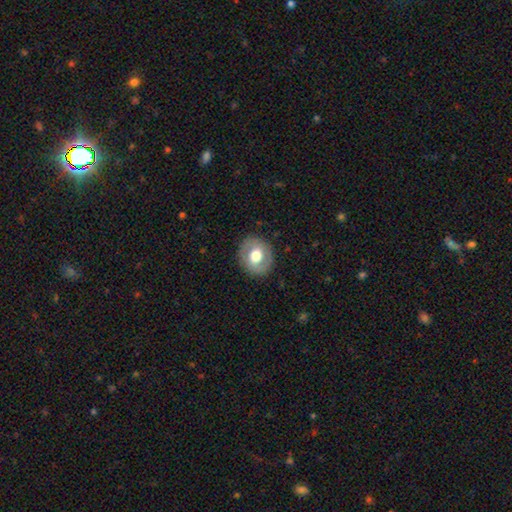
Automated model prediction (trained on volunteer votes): A smooth galaxy with no disk features (56%) that is round (67%). Merging: none (84%).